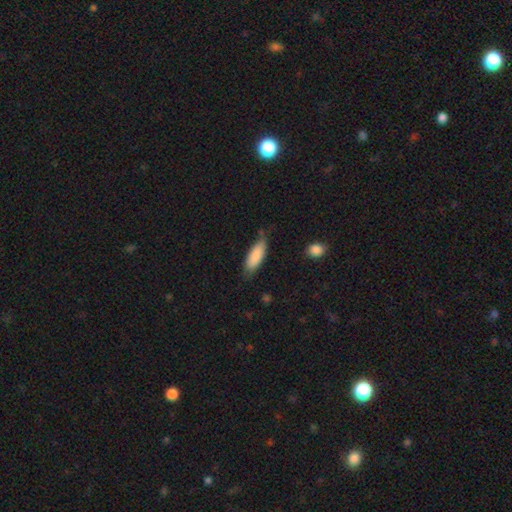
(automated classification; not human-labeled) A smooth galaxy with no disk features (85%) that is in between round and cigar-shaped (65%). Merging: none (61%).